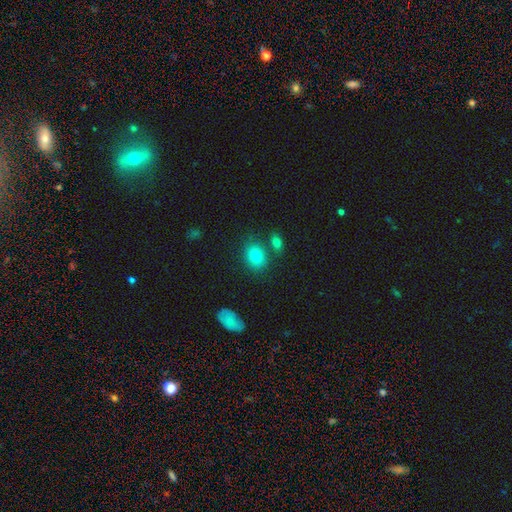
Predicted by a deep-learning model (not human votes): smooth 80%, featured or disk 10%, star or artifact 10%. Down the decision tree: how rounded — in between (54%); merging — none (74%).